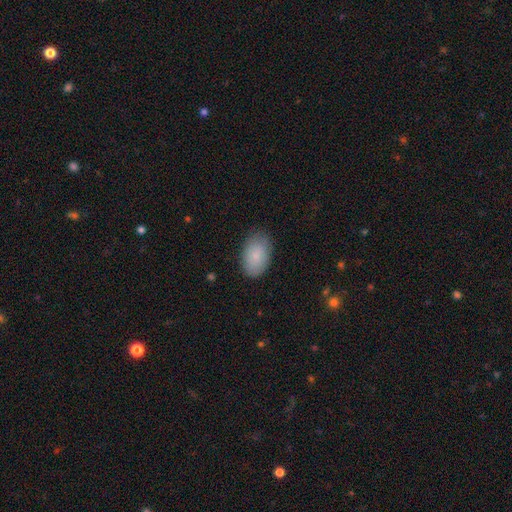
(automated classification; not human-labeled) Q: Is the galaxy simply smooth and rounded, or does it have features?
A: smooth — 86%.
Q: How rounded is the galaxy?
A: in between — 91%.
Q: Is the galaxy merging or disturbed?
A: none — 83%.